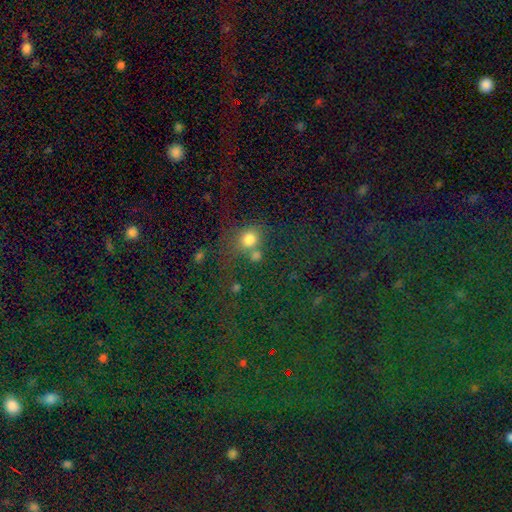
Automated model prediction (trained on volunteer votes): This is likely a smooth galaxy (75%). How rounded: likely round (77%). Merging: possibly none (51%).